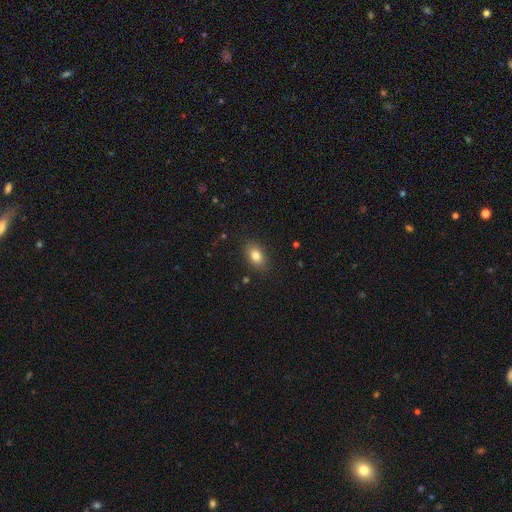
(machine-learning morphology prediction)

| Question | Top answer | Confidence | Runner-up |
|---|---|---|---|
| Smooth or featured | smooth | 81% | star or artifact (10%) |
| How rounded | in between | 80% | round (18%) |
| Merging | none | 87% | minor disturbance (10%) |